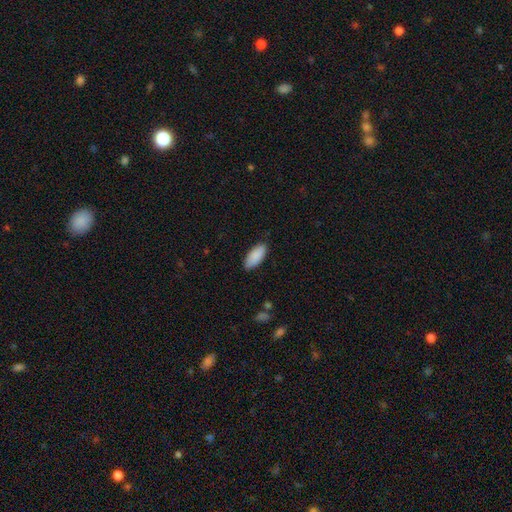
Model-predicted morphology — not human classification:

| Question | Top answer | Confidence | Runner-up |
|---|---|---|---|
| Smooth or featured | smooth | 89% | star or artifact (6%) |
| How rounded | in between | 85% | cigar-shaped (13%) |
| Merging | none | 85% | minor disturbance (12%) |